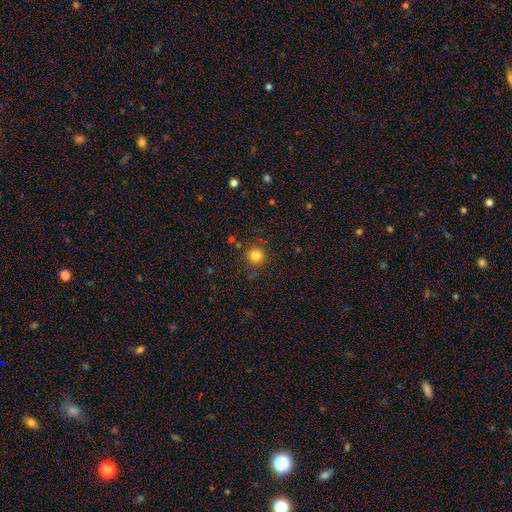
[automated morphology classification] This is clearly a smooth galaxy (82%). How rounded: clearly round (95%). Merging: clearly none (88%).